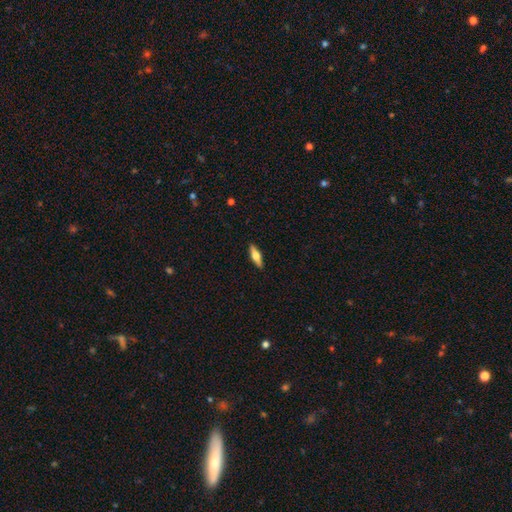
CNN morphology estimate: Smooth or featured: smooth — 56% (featured or disk — 38%)
How rounded: cigar-shaped — 51% (in between — 46%)
Merging: none — 90% (minor disturbance — 8%)